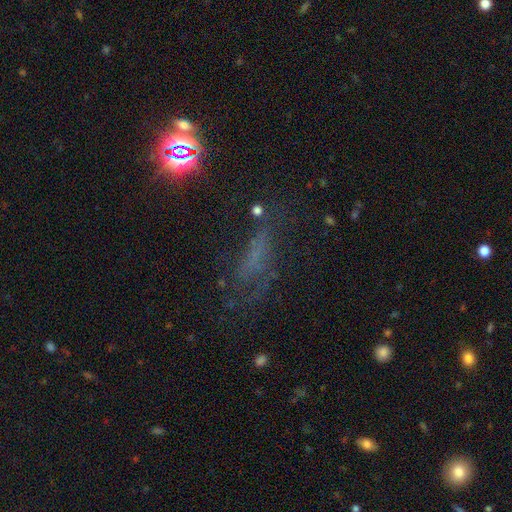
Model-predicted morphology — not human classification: This appears to be a star or artifact, not a galaxy (37%).